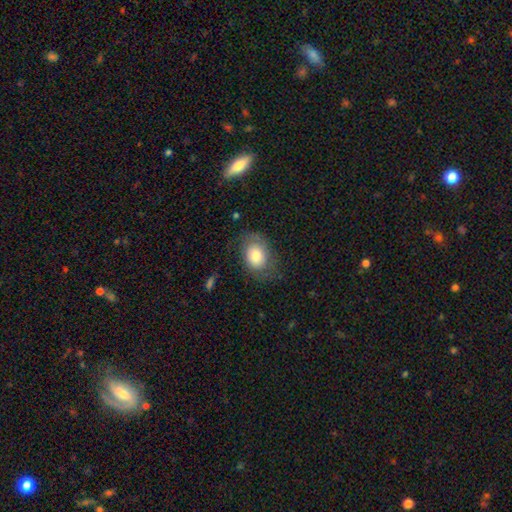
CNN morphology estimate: The model was most divided on "merging": none: 61%, minor disturbance: 24%, major disturbance: 13%, merger: 1%. More confident: smooth or featured — smooth (69%); how rounded — in between (68%).